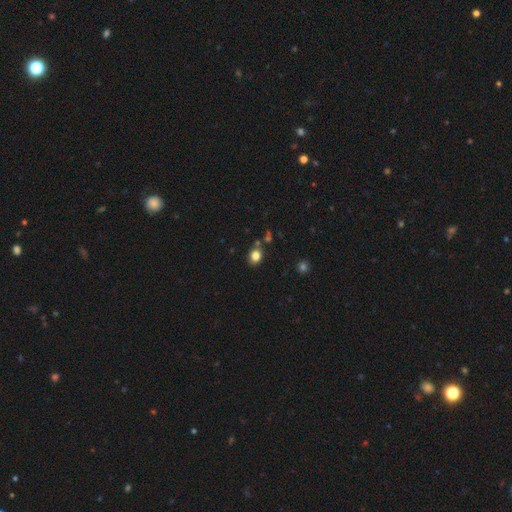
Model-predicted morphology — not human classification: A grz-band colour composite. It shows a smooth galaxy with no disk features (81%) that is round (56%). Merging: none (78%).